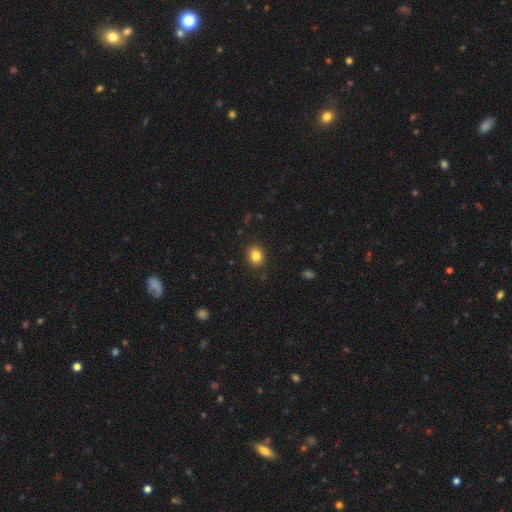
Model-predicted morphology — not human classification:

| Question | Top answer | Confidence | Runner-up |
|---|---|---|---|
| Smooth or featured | smooth | 83% | star or artifact (11%) |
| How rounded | round | 68% | in between (31%) |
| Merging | none | 90% | minor disturbance (7%) |